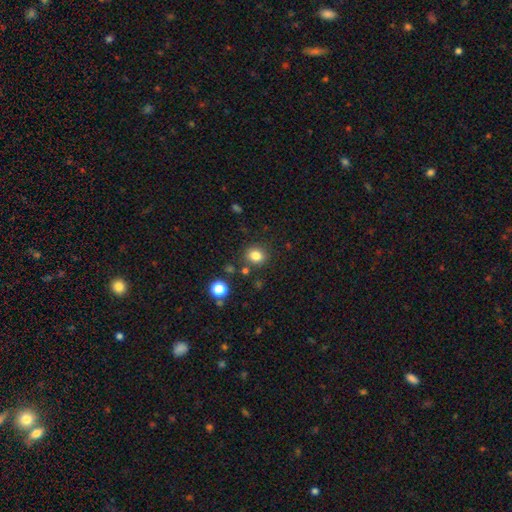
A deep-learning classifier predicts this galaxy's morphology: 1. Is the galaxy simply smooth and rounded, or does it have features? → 82% smooth, 12% star or artifact, 6% featured or disk.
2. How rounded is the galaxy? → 75% round, 24% in between, 1% cigar-shaped.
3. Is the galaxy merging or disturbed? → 85% none, 9% minor disturbance, 4% merger, 3% major disturbance.